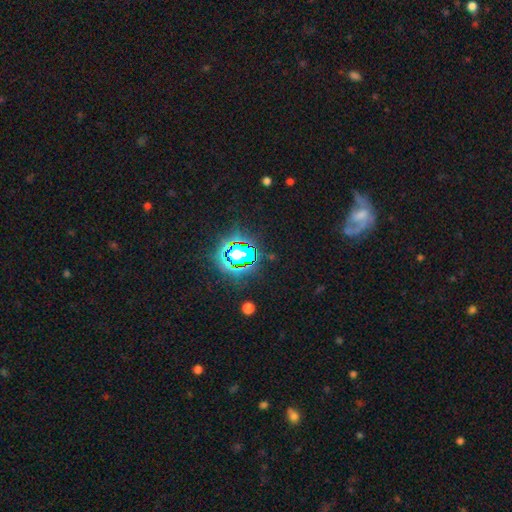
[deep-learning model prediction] Smooth or featured: star or artifact — 73% (smooth — 15%)